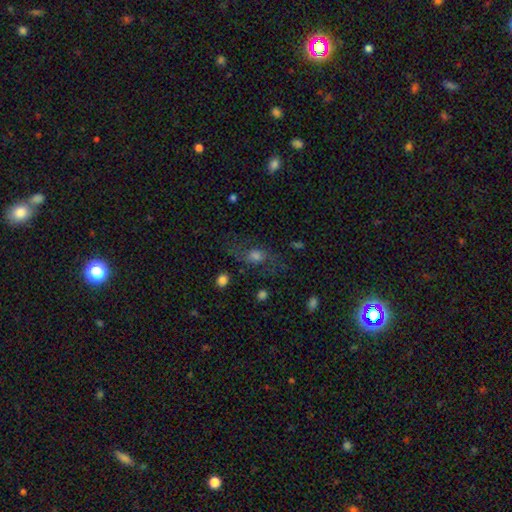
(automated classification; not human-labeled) smooth_or_featured: featured or disk (p=0.41) [alt: smooth p=0.40]
merging: none (p=0.63) [alt: minor disturbance p=0.18]